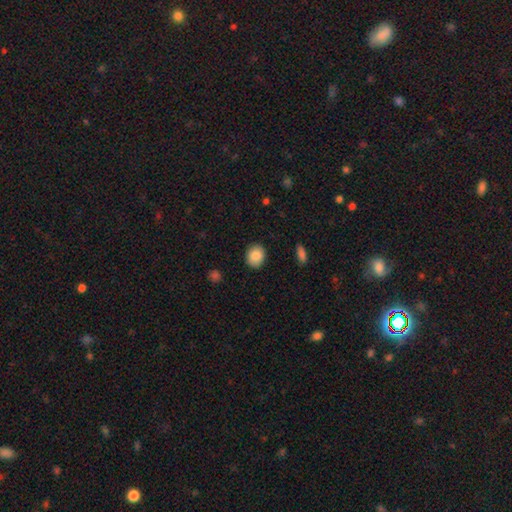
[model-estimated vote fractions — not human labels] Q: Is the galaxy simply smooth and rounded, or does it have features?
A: smooth — 87%.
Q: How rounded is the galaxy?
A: round — 57%.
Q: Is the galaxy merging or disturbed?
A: none — 89%.